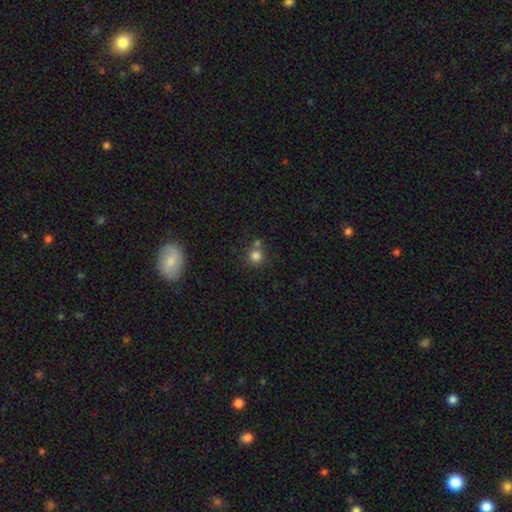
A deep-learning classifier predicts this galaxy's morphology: type=smooth (81%); roundness=round (90%); merging=none (61%).